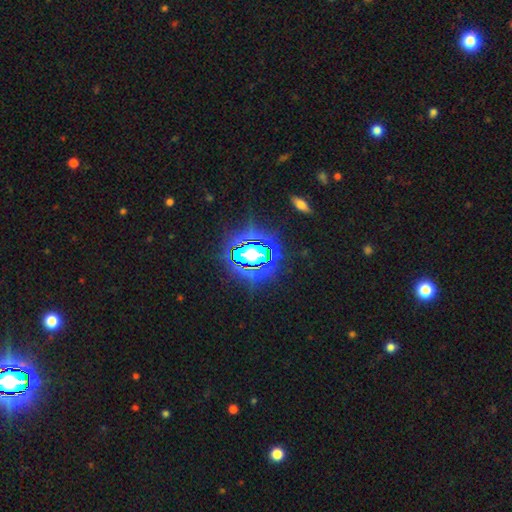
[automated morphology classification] This is likely a star or artifact rather than a galaxy (72%).